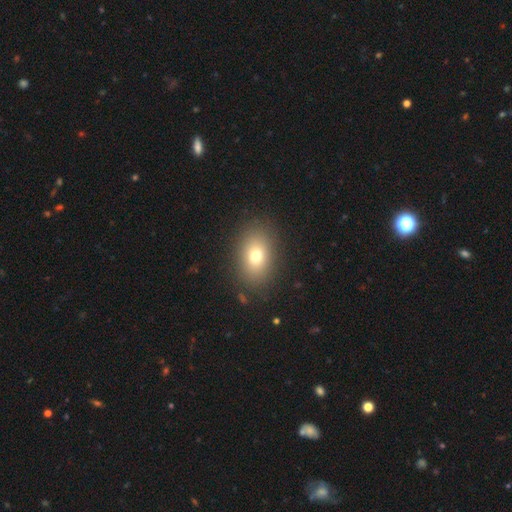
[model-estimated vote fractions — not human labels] smooth_or_featured: smooth (p=0.74) [alt: featured or disk p=0.14]
how_rounded: in between (p=0.76) [alt: round p=0.23]
merging: none (p=0.86) [alt: minor disturbance p=0.09]